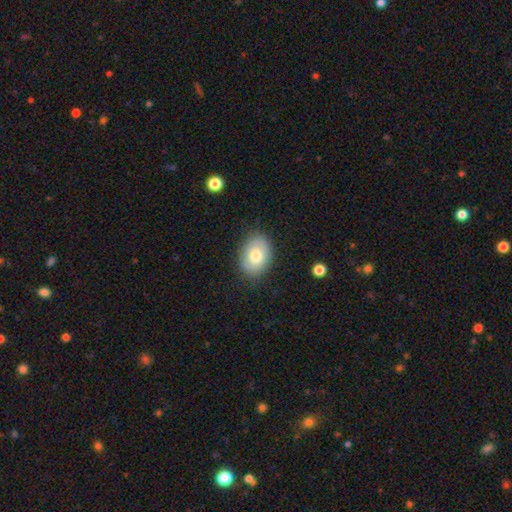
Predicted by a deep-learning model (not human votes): Overall: smooth (73%). How rounded: in between (70%). Merging: none (83%).